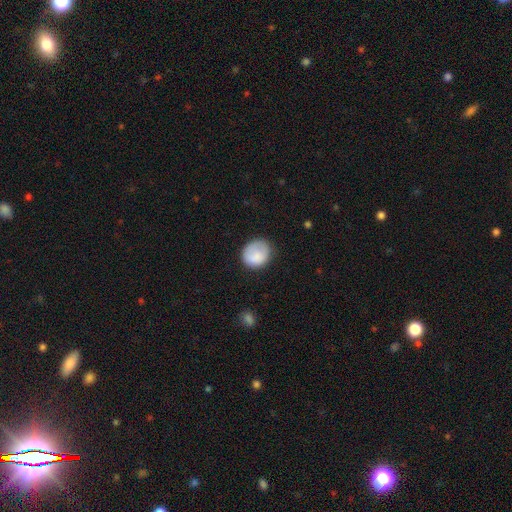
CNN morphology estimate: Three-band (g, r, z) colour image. It shows a smooth galaxy with no disk features (84%) that is round (73%). Merging: none (72%).